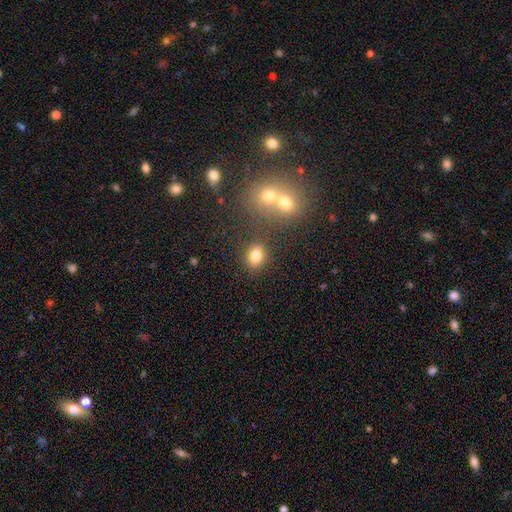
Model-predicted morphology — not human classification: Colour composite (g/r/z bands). It shows a smooth galaxy with no disk features (79%) that is round (54%). Merging: none (77%).